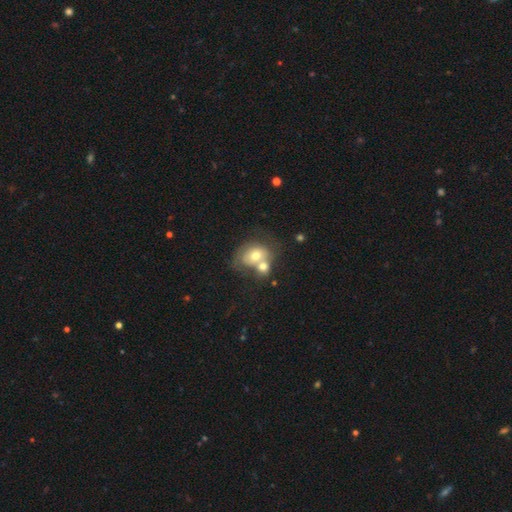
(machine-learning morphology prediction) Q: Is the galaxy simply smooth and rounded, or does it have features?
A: smooth — 59%.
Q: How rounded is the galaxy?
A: in between — 53%.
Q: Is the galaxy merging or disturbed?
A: merger — 59%.